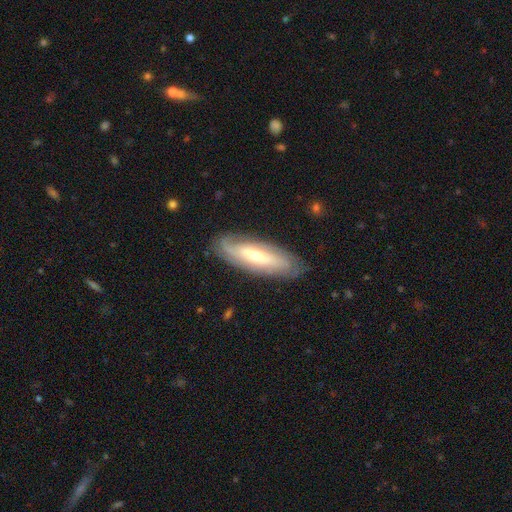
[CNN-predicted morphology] Smooth or featured: featured or disk — 66% (smooth — 28%)
Edge-on disk: no — 70% (yes — 30%)
Merging: none — 79% (minor disturbance — 15%)